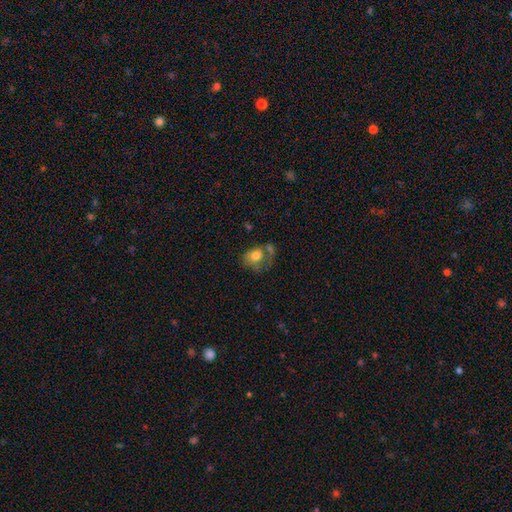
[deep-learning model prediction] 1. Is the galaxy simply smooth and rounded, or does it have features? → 68% smooth, 24% featured or disk, 8% star or artifact.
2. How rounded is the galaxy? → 50% round, 49% in between, 1% cigar-shaped.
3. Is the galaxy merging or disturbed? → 28% none (tied), 28% merger (tied), 24% major disturbance, 20% minor disturbance.